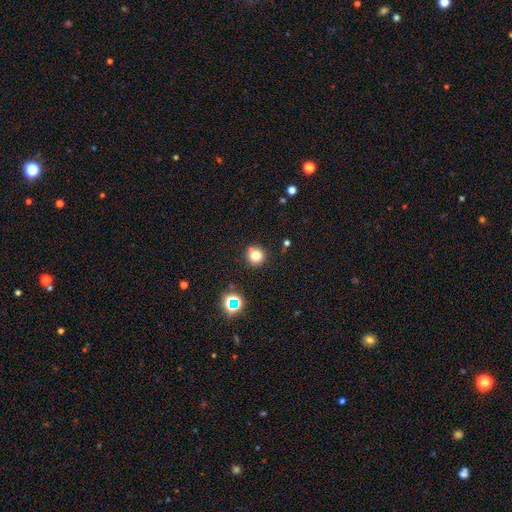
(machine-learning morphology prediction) A smooth galaxy with no disk features (76%) that is round (94%). Merging: none (82%).